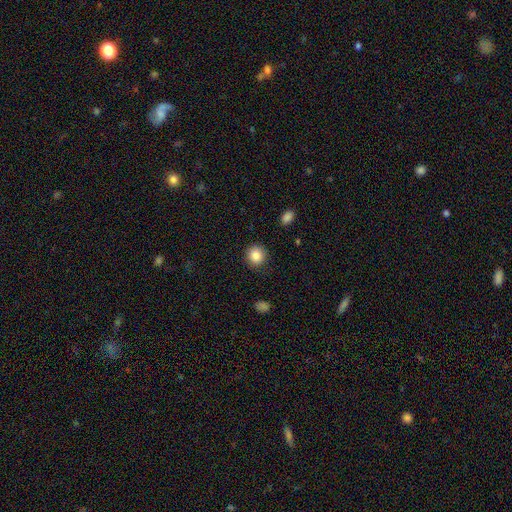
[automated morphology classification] Q: Smooth or featured?
A: smooth (86%); runner-up: star or artifact (9%)
Q: How rounded?
A: round (90%); runner-up: in between (9%)
Q: Merging?
A: none (89%); runner-up: minor disturbance (7%)